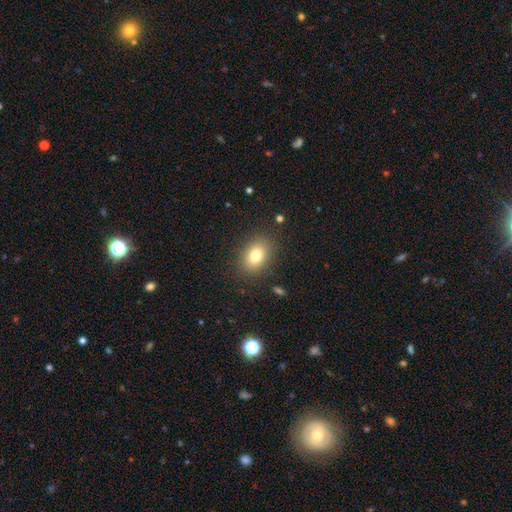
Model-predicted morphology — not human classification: Overall: smooth (79%). How rounded: in between (75%). Merging: none (87%).